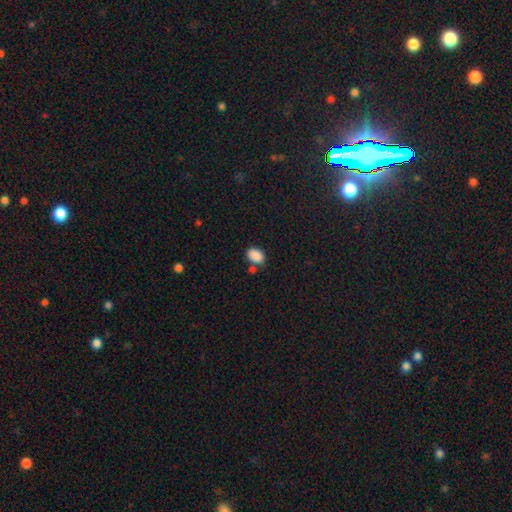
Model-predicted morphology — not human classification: Smooth or featured? smooth (88%)
How rounded? in between (83%)
Merging? none (65%)